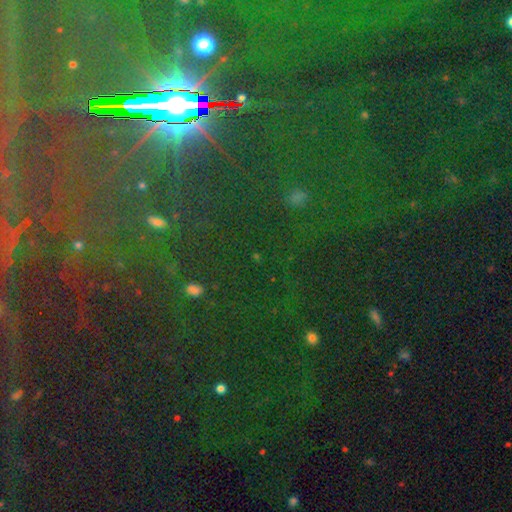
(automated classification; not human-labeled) A star or artifact, not a galaxy (81%).